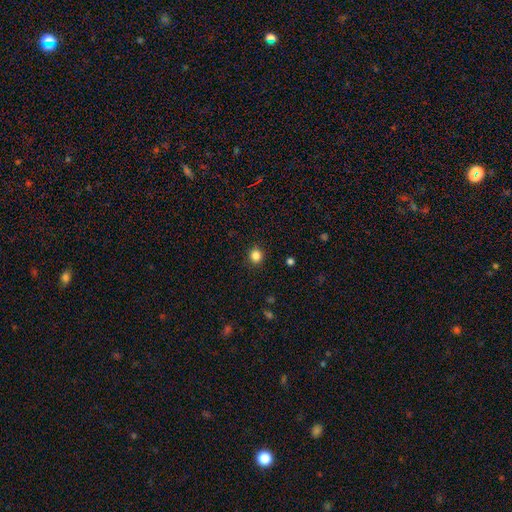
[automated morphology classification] type=smooth (84%); roundness=round (86%); merging=none (90%).